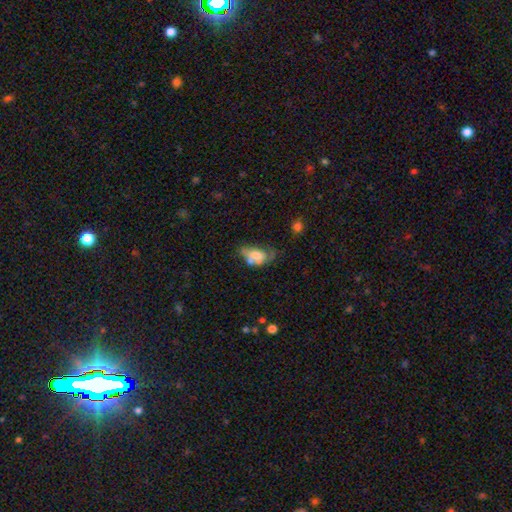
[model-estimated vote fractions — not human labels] This is possibly a smooth galaxy (58%). How rounded: clearly in between (89%). Merging: marginally minor disturbance (30%).